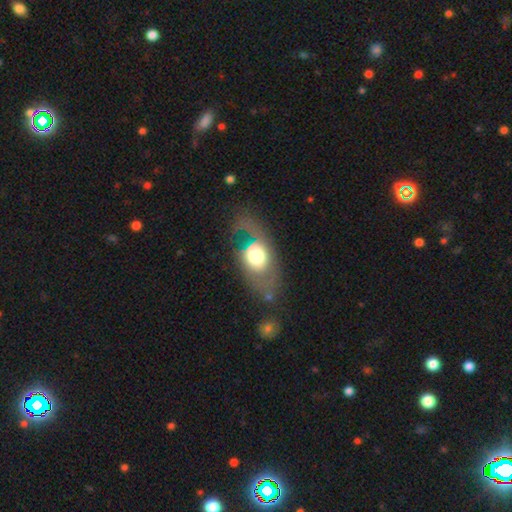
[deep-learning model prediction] Smooth or featured?
  - featured or disk: 48% *
  - smooth: 44%
  - star or artifact: 8%
Merging?
  - none: 48% *
  - major disturbance: 27%
  - minor disturbance: 21%
  - merger: 4%